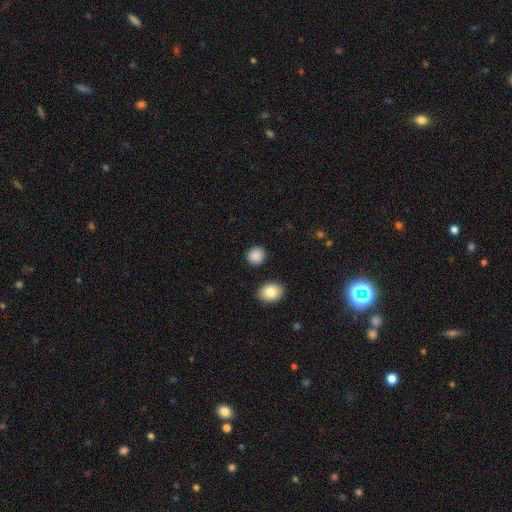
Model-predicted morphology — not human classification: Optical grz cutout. It shows a smooth galaxy with no disk features (88%) that is round (83%). Merging: none (89%).